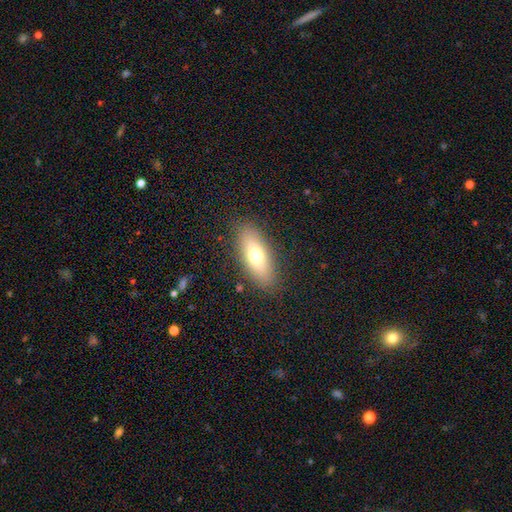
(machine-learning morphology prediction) Overall: smooth (70%). How rounded: in between (73%). Merging: none (87%).